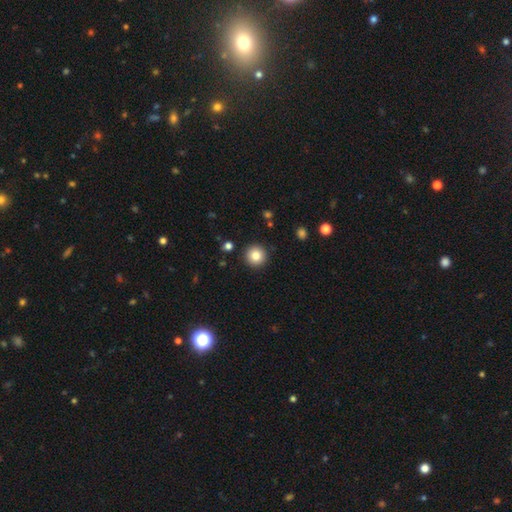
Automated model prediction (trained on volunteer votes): A smooth galaxy with no disk features (83%) that is round (96%). Merging: none (92%).